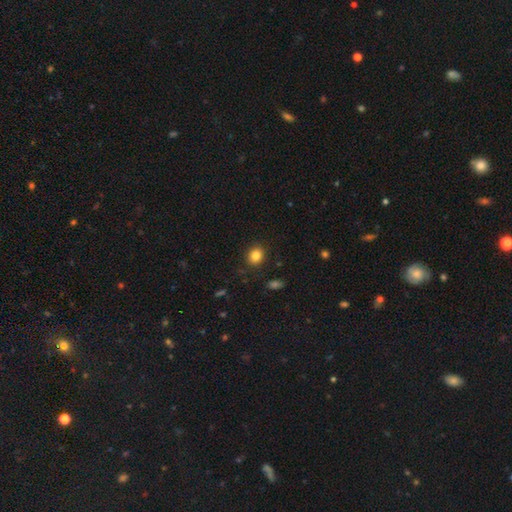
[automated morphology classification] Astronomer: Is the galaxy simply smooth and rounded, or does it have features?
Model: smooth — 84%.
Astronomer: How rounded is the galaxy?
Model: round — 64%.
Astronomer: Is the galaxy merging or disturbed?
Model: none — 88%.